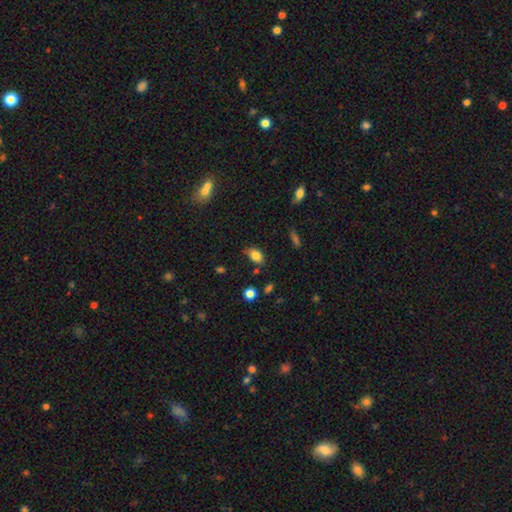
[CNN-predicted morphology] smooth 81%, star or artifact 10%, featured or disk 9%. Down the decision tree: how rounded — in between (84%); merging — none (62%).